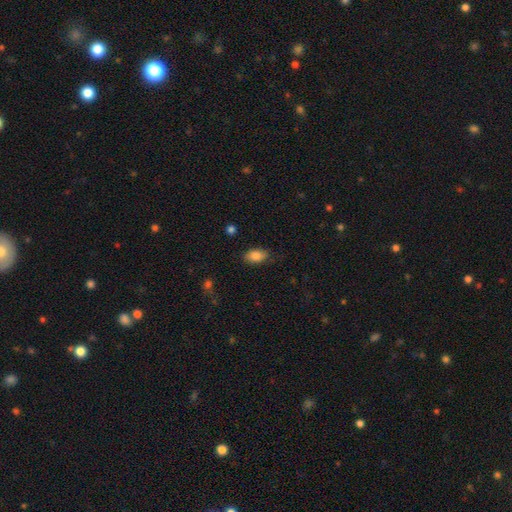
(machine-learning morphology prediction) Q: Smooth or featured?
A: smooth (85%); runner-up: star or artifact (8%)
Q: How rounded?
A: in between (90%); runner-up: round (7%)
Q: Merging?
A: none (80%); runner-up: minor disturbance (15%)